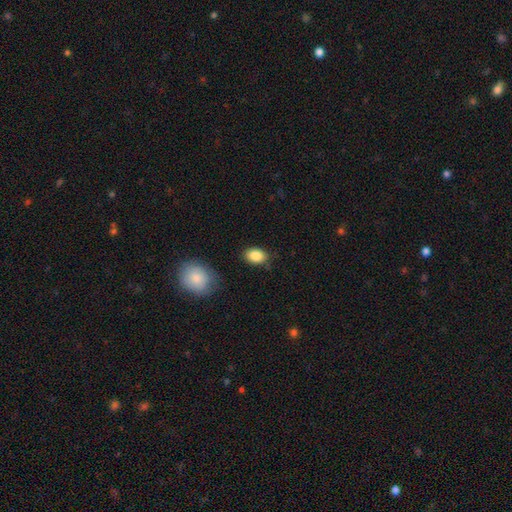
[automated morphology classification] Smooth or featured? smooth (88%)
How rounded? in between (81%)
Merging? none (81%)